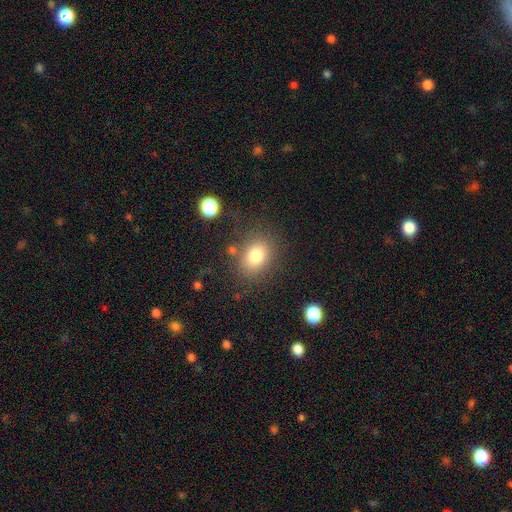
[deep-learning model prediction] smooth_or_featured: smooth (p=0.78) [alt: star or artifact p=0.12]
how_rounded: in between (p=0.55) [alt: round p=0.44]
merging: none (p=0.77) [alt: minor disturbance p=0.13]